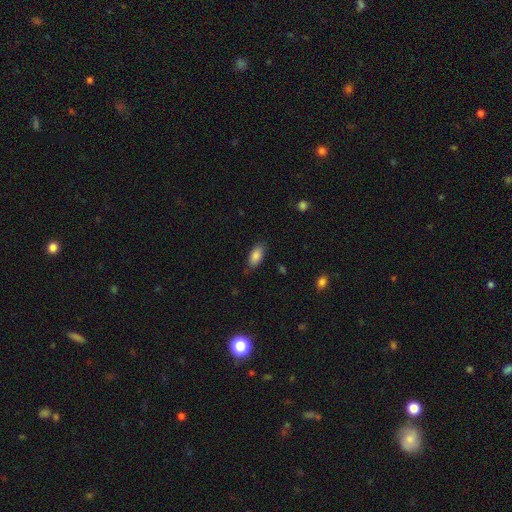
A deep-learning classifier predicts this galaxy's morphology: Q: Smooth or featured?
A: smooth (85%); runner-up: star or artifact (7%)
Q: How rounded?
A: in between (91%); runner-up: cigar-shaped (7%)
Q: Merging?
A: none (78%); runner-up: minor disturbance (17%)